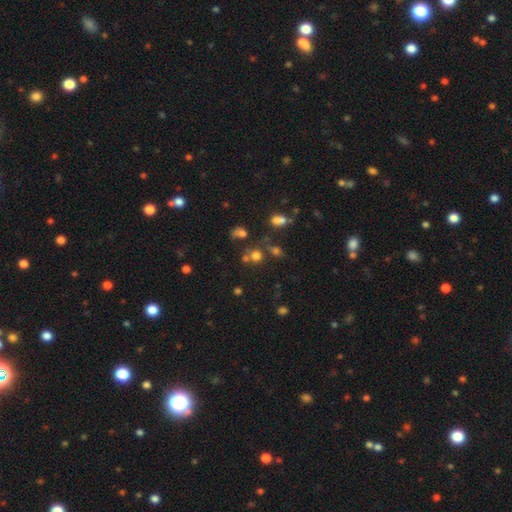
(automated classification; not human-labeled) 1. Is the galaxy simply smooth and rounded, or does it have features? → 66% smooth, 24% star or artifact, 10% featured or disk.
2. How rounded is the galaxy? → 82% round, 17% in between, 1% cigar-shaped.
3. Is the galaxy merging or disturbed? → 55% none, 27% merger, 11% minor disturbance, 7% major disturbance.